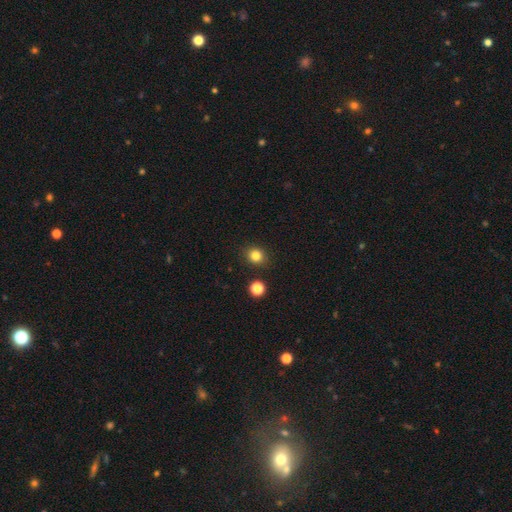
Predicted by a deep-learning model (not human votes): smooth 82%, star or artifact 13%, featured or disk 5%. Down the decision tree: how rounded — round (80%); merging — none (88%).